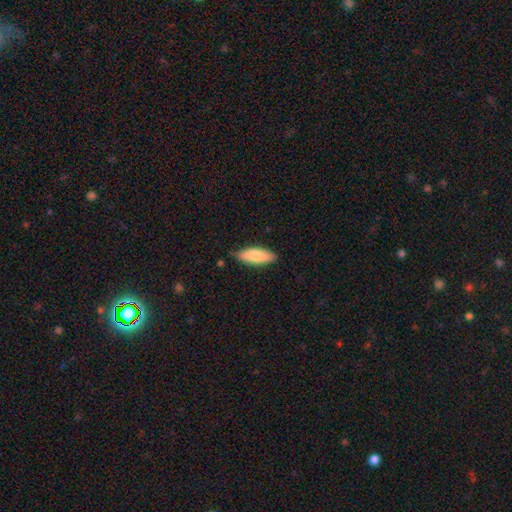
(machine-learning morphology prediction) This appears to be a smooth galaxy with no disk features (81%) that is in between round and cigar-shaped (68%). Merging: none (81%).